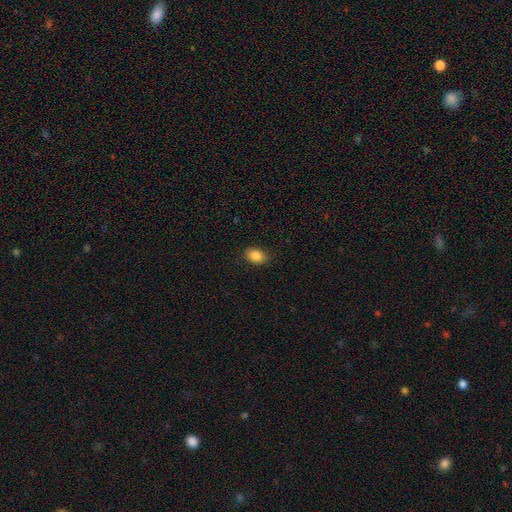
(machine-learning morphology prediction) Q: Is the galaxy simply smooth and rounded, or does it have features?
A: smooth — 87%.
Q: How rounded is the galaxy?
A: in between — 78%.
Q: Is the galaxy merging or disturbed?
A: none — 86%.